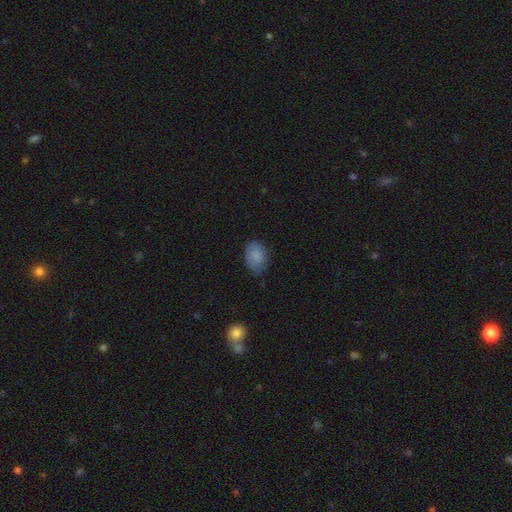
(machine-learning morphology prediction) The model was most divided on "merging": none: 66%, minor disturbance: 27%, major disturbance: 5%, merger: 1%. More confident: how rounded — in between (86%); smooth or featured — smooth (84%).